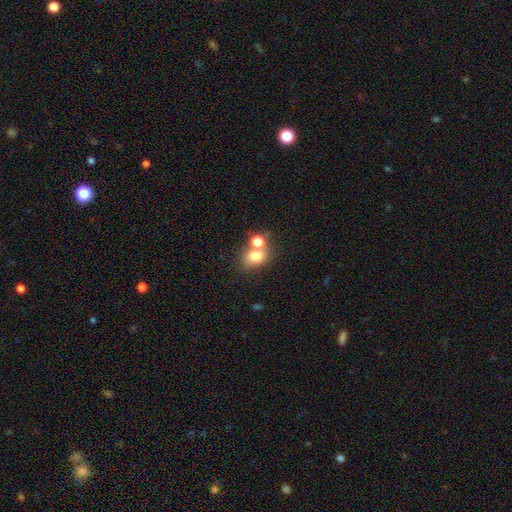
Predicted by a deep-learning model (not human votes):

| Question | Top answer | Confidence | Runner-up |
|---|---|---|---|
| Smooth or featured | smooth | 75% | star or artifact (13%) |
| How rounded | round | 54% | in between (45%) |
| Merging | none | 46% | merger (41%) |